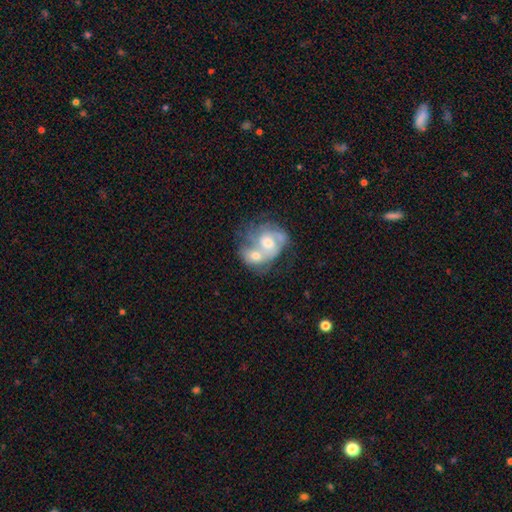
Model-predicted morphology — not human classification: The model was most divided on "smooth or featured": featured or disk: 56%, smooth: 37%, star or artifact: 7%. More confident: edge-on disk — no (97%); merging — merger (77%); bar — no (72%); spiral arms — yes (64%); bulge size — moderate (61%).